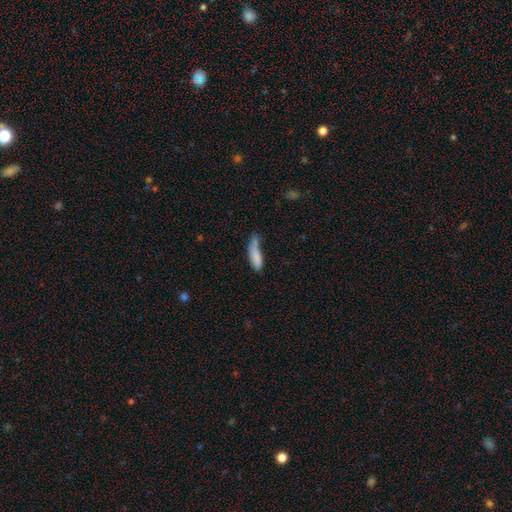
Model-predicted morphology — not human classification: This is clearly a smooth galaxy (81%). How rounded: possibly cigar-shaped (53%). Merging: marginally none (36%).